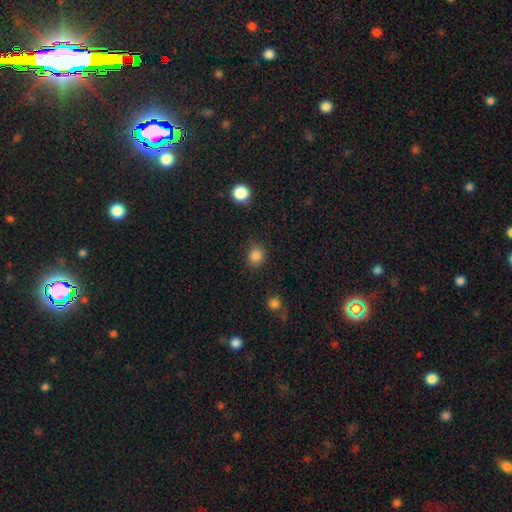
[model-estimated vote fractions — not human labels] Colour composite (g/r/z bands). It shows a smooth galaxy with no disk features (85%) that is round (77%). Merging: none (82%).